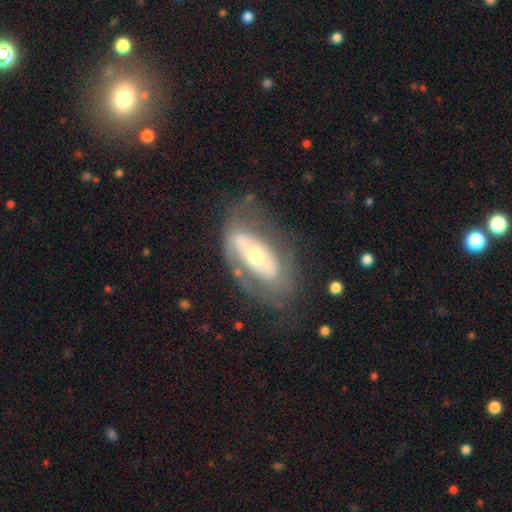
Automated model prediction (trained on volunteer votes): featured or disk 67%, smooth 27%, star or artifact 6%. Down the decision tree: edge-on disk — no (89%); bar — no (65%); spiral arms — no (57%); bulge size — moderate (59%); merging — none (60%).